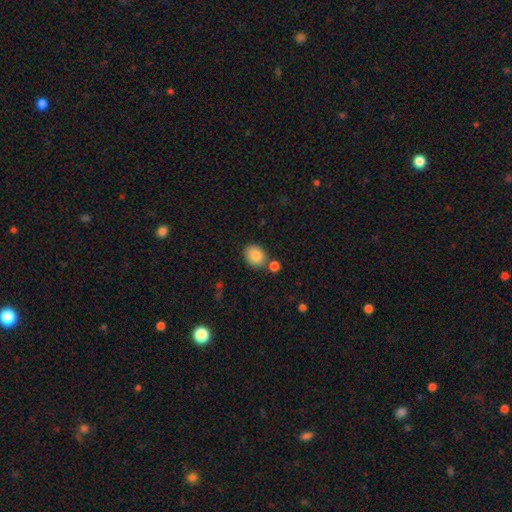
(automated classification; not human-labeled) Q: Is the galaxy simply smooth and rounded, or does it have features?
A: smooth — 86%.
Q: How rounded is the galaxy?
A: in between — 59%.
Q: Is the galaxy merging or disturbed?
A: none — 71%.